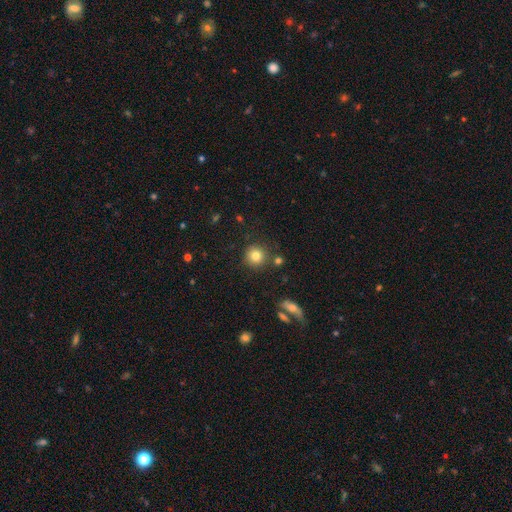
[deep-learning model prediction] Smooth or featured? smooth (81%)
How rounded? round (92%)
Merging? none (83%)